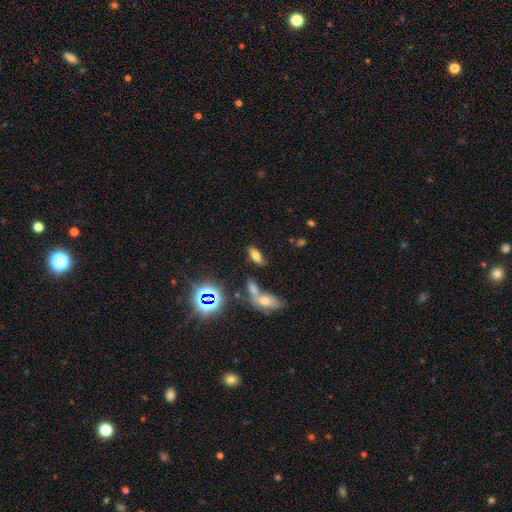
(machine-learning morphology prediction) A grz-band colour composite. It shows a smooth galaxy with no disk features (66%) that is in between round and cigar-shaped (82%). Merging: none (70%).